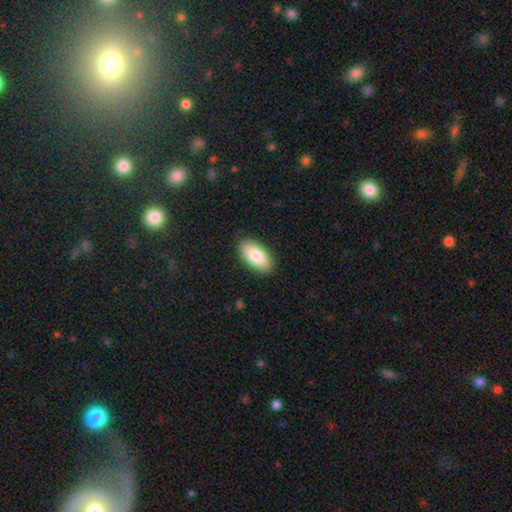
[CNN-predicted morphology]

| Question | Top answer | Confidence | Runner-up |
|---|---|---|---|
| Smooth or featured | smooth | 84% | featured or disk (10%) |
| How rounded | in between | 94% | cigar-shaped (4%) |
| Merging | none | 89% | minor disturbance (9%) |